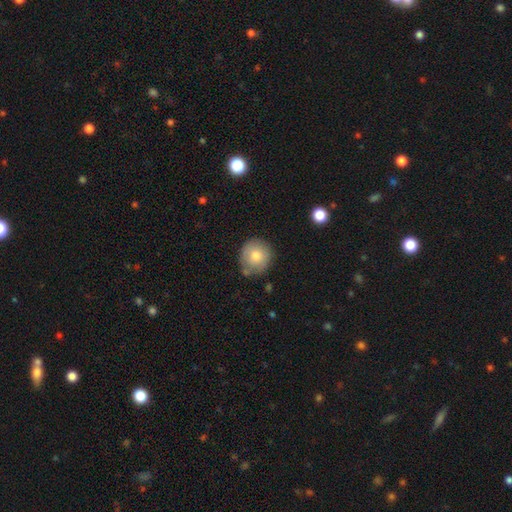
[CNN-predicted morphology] Smooth or featured? Predicted: smooth (p=0.76). How rounded? Predicted: round (p=0.90). Merging? Predicted: none (p=0.75).